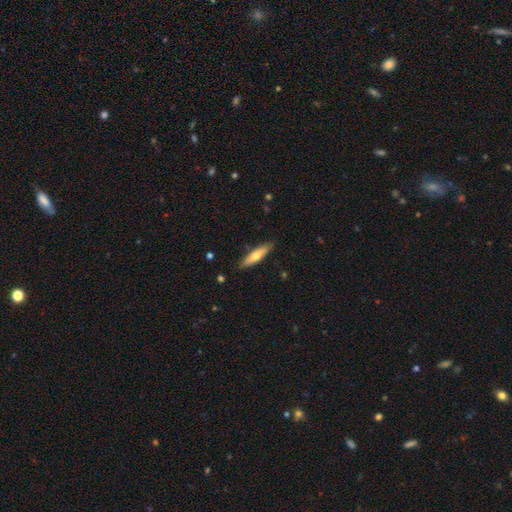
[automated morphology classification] This is likely a smooth galaxy (60%). How rounded: likely cigar-shaped (80%). Merging: clearly none (87%).